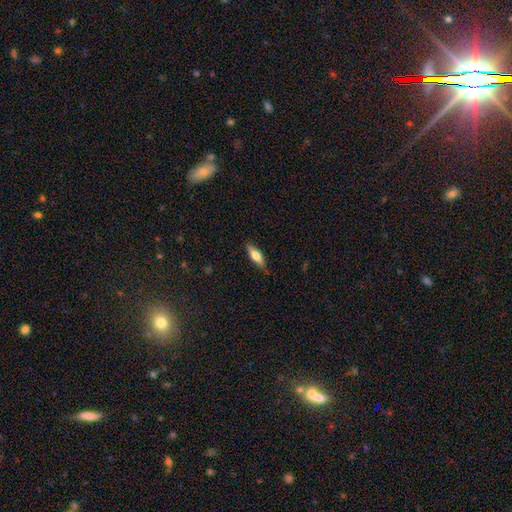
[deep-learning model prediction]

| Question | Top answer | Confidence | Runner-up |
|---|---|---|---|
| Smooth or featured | smooth | 61% | featured or disk (32%) |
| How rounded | cigar-shaped | 49% | in between (48%) |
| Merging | none | 83% | minor disturbance (14%) |